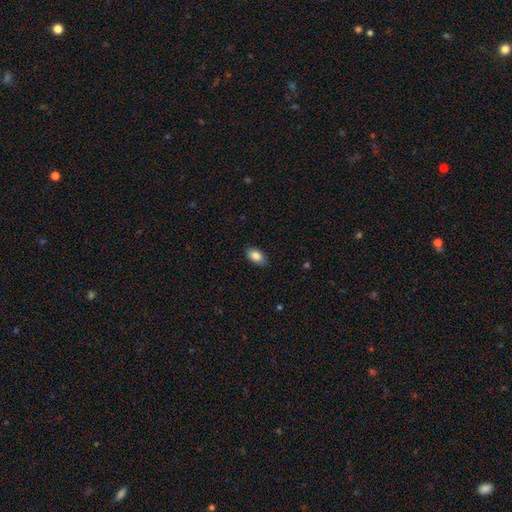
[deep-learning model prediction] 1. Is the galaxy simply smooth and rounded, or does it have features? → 86% smooth, 8% star or artifact, 6% featured or disk.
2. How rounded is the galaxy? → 91% in between, 7% round, 2% cigar-shaped.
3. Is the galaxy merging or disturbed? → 86% none, 11% minor disturbance, 2% major disturbance, 1% merger.